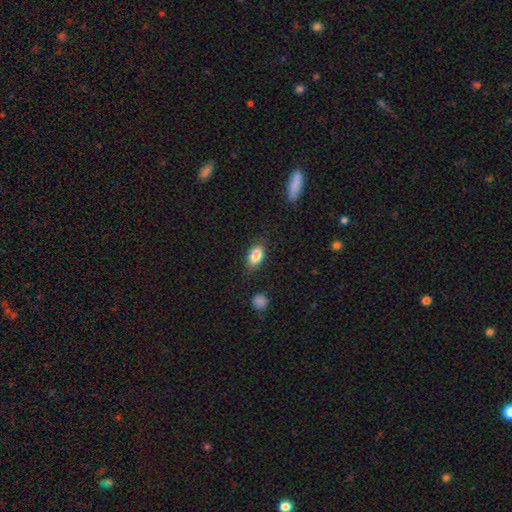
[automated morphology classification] type=smooth (83%); roundness=in between (86%); merging=none (81%).